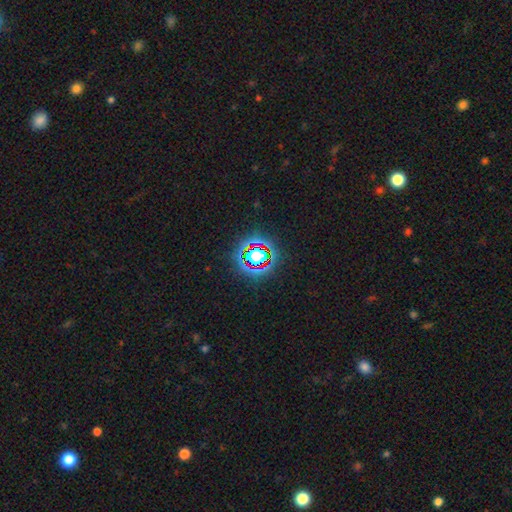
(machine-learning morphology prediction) This appears to be a star or artifact, not a galaxy (67%).